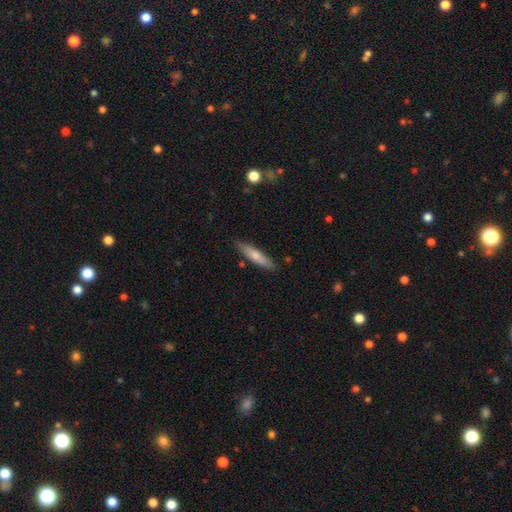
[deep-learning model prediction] Smooth or featured? Predicted: smooth (p=0.67). How rounded? Predicted: cigar-shaped (p=0.79). Merging? Predicted: none (p=0.83).